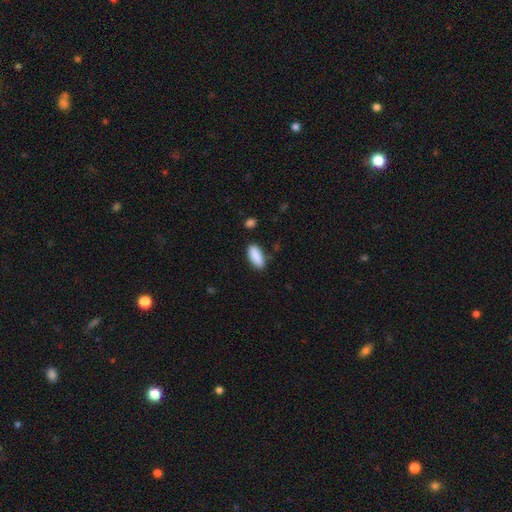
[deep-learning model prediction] Overall: smooth (90%). How rounded: in between (83%). Merging: none (83%).